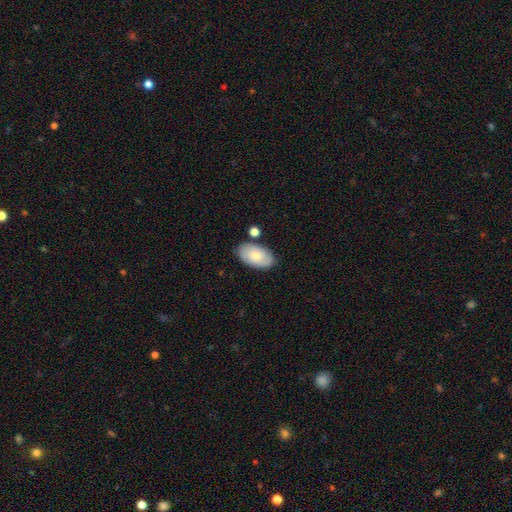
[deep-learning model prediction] Smooth or featured: smooth — 62% (featured or disk — 31%)
How rounded: in between — 94% (round — 5%)
Merging: none — 76% (minor disturbance — 14%)